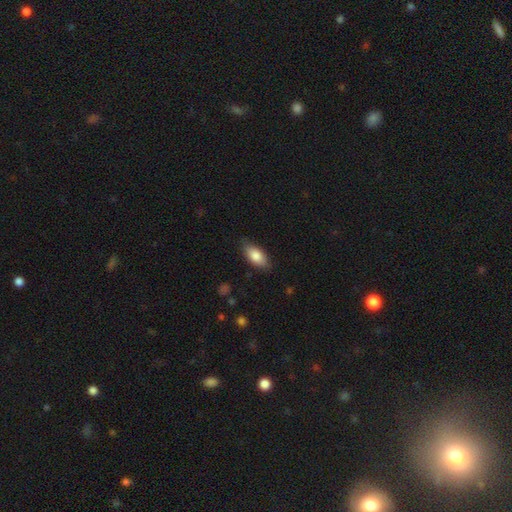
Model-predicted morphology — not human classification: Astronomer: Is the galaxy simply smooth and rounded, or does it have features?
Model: smooth — 83%.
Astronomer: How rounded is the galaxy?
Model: in between — 89%.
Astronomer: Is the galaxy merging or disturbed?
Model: none — 82%.